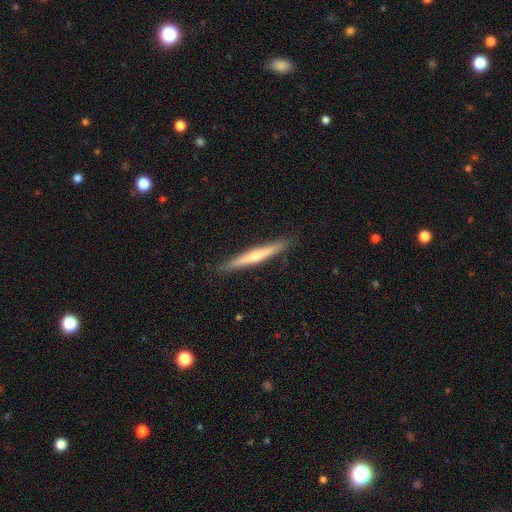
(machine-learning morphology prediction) Smooth or featured? Predicted: featured or disk (p=0.58). Edge-on disk? Predicted: yes (p=0.97). Edge-on bulge? Predicted: rounded (p=0.66). Merging? Predicted: none (p=0.90).